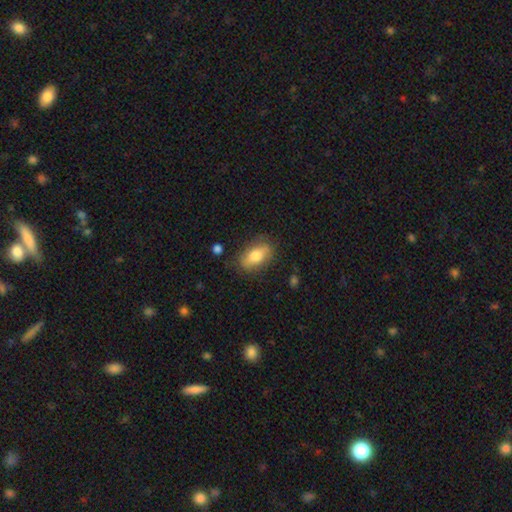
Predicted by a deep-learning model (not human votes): Overall: smooth (69%). How rounded: in between (82%). Merging: none (79%).